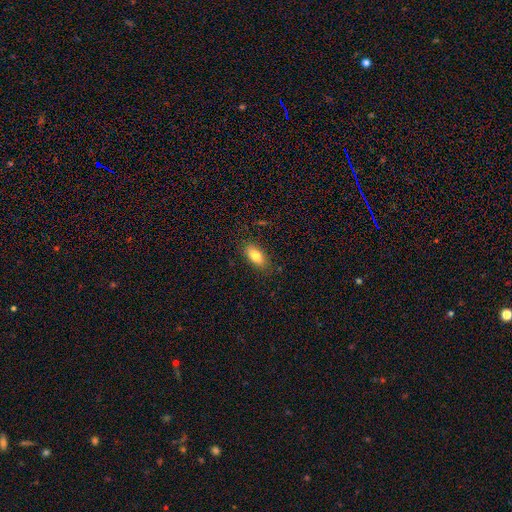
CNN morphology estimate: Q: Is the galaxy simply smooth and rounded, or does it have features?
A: smooth — 81%.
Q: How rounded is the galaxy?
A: in between — 89%.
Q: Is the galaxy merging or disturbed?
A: none — 84%.